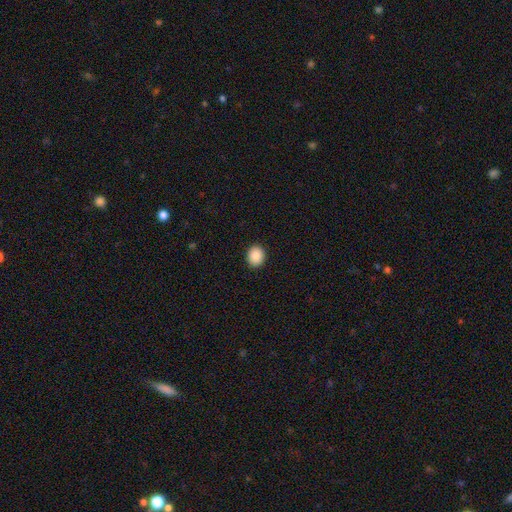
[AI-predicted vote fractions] smooth_or_featured: smooth (p=0.89) [alt: star or artifact p=0.08]
how_rounded: round (p=0.66) [alt: in between p=0.33]
merging: none (p=0.92) [alt: minor disturbance p=0.05]